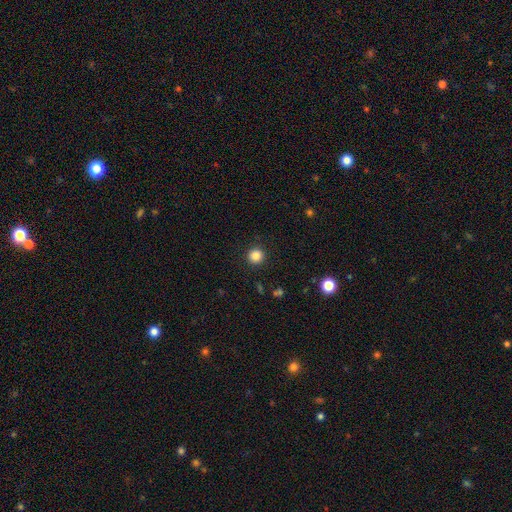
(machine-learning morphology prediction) A smooth galaxy with no disk features (84%) that is round (95%). Merging: none (92%).